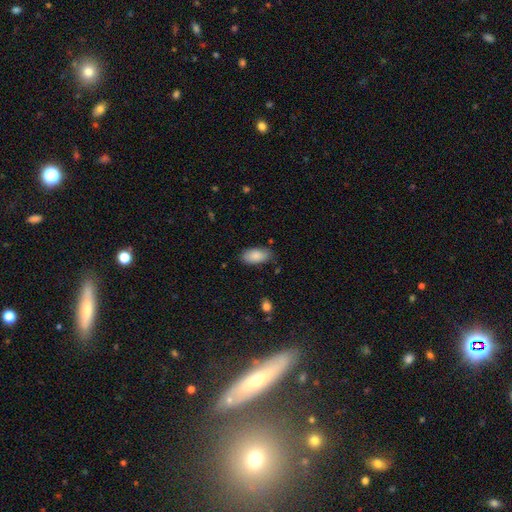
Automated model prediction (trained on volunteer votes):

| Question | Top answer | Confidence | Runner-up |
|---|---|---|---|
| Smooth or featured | smooth | 87% | star or artifact (6%) |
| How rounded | in between | 93% | cigar-shaped (4%) |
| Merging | none | 81% | minor disturbance (15%) |